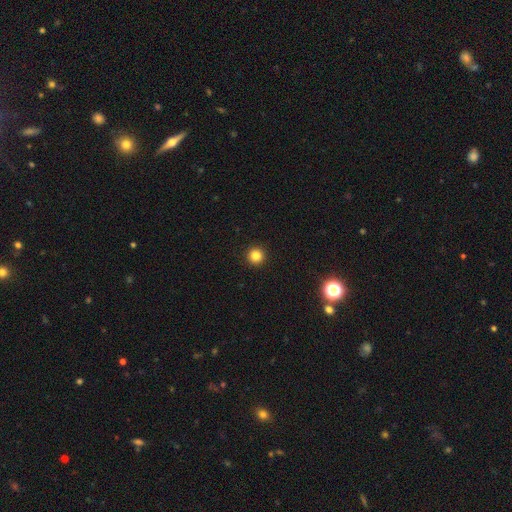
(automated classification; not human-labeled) Overall: smooth (84%). How rounded: round (96%). Merging: none (94%).